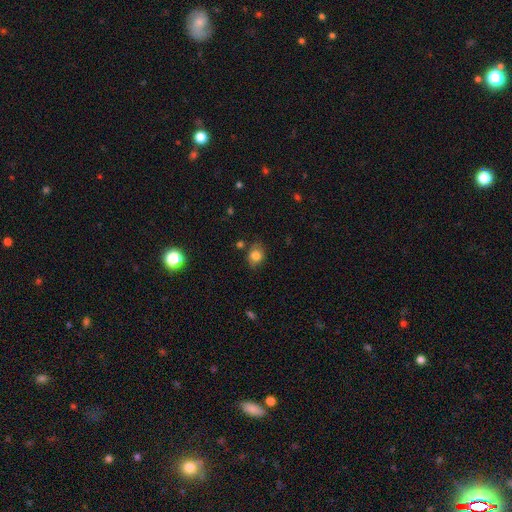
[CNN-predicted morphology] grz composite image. It shows a smooth galaxy with no disk features (80%) that is round (55%). Merging: none (71%).